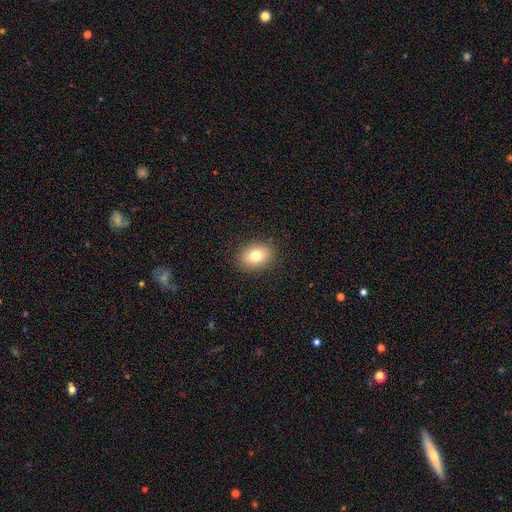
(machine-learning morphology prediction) This appears to be a smooth galaxy with no disk features (79%) that is in between round and cigar-shaped (64%). Merging: none (89%).